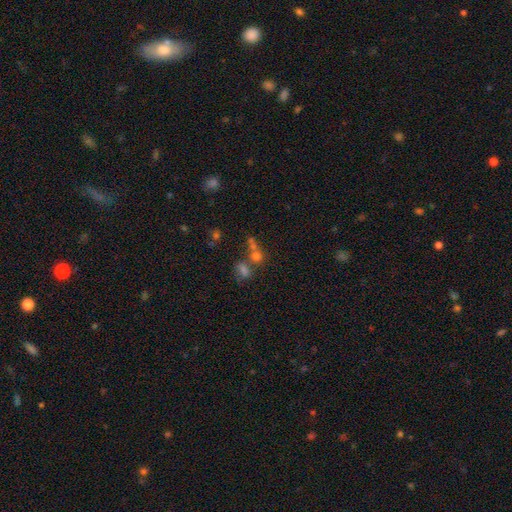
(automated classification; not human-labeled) Q: Smooth or featured?
A: smooth (45%); runner-up: star or artifact (37%)
Q: Merging?
A: merger (43%); runner-up: none (42%)